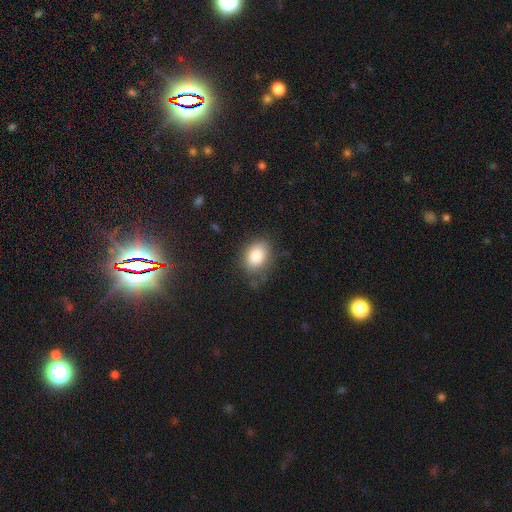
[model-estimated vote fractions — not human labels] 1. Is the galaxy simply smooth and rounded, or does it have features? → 84% smooth, 8% star or artifact, 8% featured or disk.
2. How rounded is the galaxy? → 70% in between, 28% round, 1% cigar-shaped.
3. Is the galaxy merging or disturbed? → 72% none, 20% minor disturbance, 7% major disturbance, 2% merger.